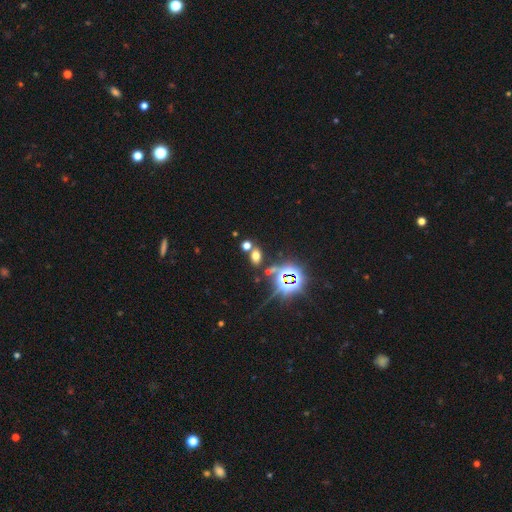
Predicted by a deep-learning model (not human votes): This is possibly a smooth galaxy (54%). How rounded: likely in between (79%). Merging: likely none (69%).